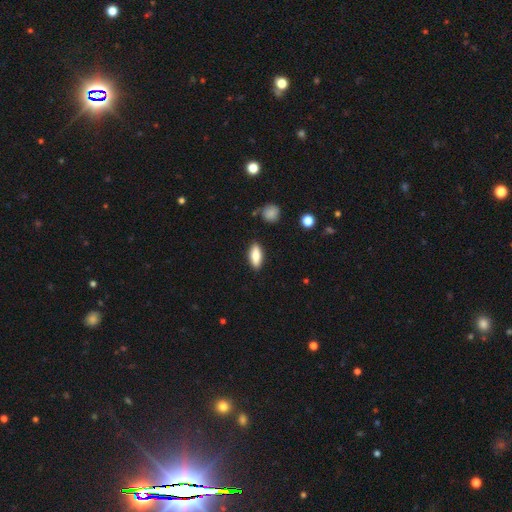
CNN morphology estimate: smooth-or-featured: smooth: 81% | featured or disk: 13% | star or artifact: 7%
  how-rounded: in between: 72% | cigar-shaped: 25% | round: 3%
  merging: none: 87% | minor disturbance: 9% | major disturbance: 2% | merger: 2%